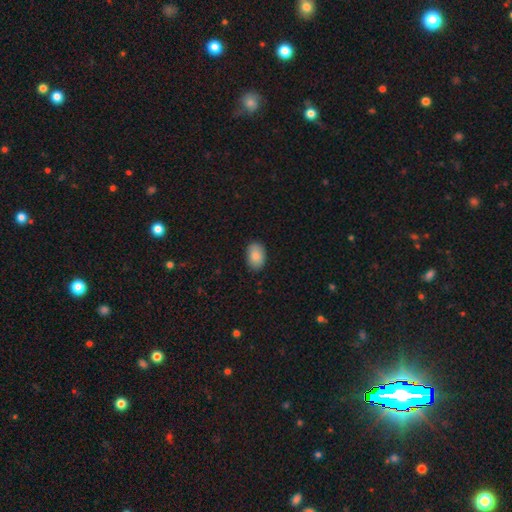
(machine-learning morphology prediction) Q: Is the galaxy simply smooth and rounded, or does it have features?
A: smooth — 86%.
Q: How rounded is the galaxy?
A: in between — 87%.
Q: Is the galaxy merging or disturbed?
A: none — 86%.